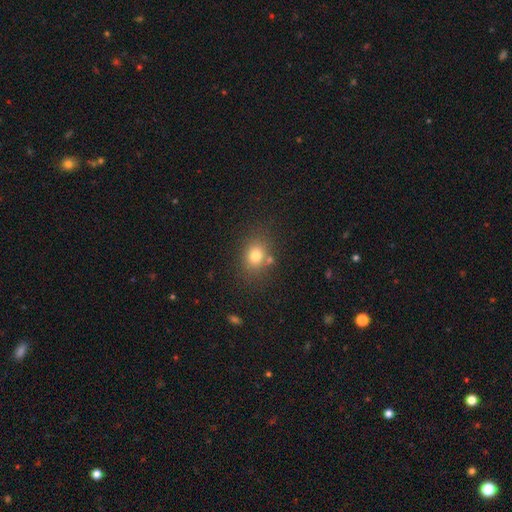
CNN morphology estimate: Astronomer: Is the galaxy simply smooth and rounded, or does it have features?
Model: smooth — 76%.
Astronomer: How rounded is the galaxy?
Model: in between — 54% (runner-up: round, 44%).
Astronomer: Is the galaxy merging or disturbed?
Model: none — 72%.